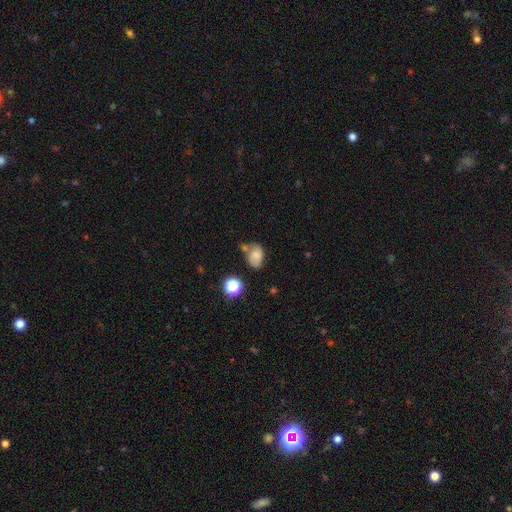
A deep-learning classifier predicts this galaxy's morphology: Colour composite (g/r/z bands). It shows a smooth galaxy with no disk features (71%) that is in between round and cigar-shaped (74%). Merging: none (48%).